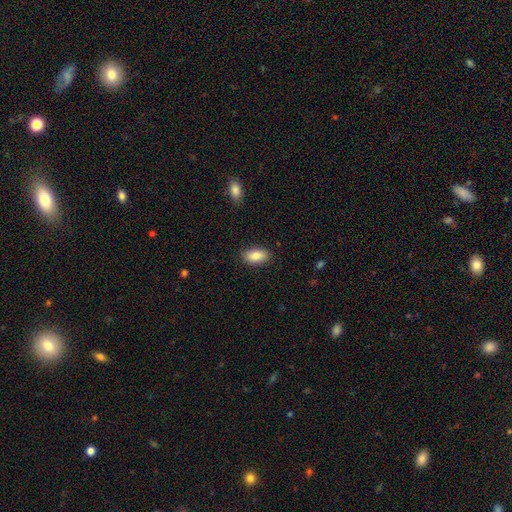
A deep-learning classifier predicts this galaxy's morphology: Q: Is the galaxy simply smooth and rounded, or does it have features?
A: smooth — 86%.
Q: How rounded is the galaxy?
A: in between — 92%.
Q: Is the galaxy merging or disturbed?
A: none — 87%.